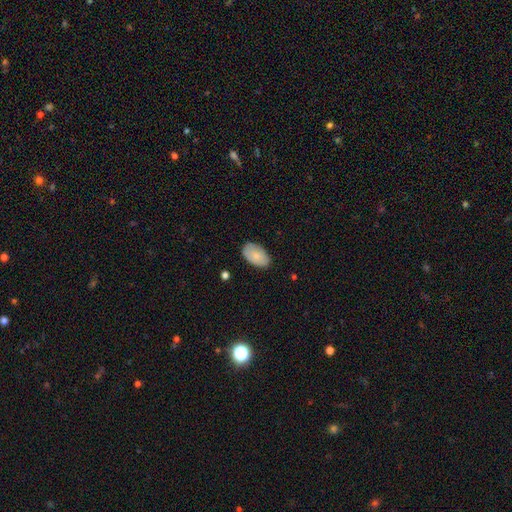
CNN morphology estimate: A smooth galaxy with no disk features (81%) that is in between round and cigar-shaped (93%).

Vote fractions:
- Smooth or featured? smooth: 81% / featured or disk: 13% / star or artifact: 6%
- How rounded? in between: 93% / round: 6% / cigar-shaped: 1%
- Merging? none: 81% / minor disturbance: 15% / major disturbance: 3% / merger: 1%